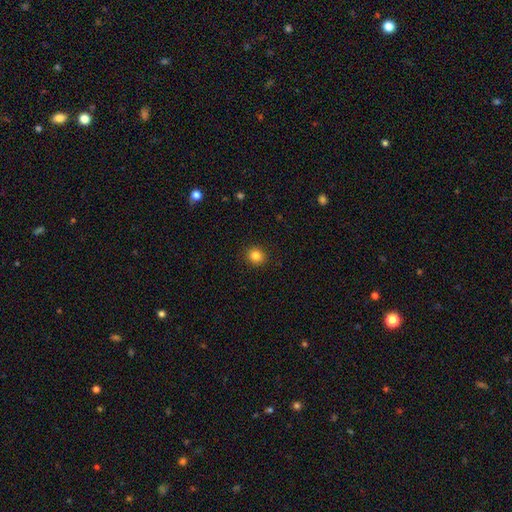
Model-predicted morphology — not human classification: Smooth or featured? Predicted: smooth (p=0.84). How rounded? Predicted: round (p=0.85). Merging? Predicted: none (p=0.92).